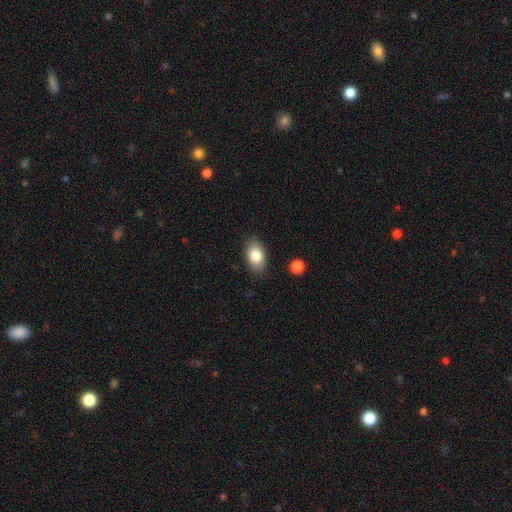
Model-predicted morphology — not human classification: The model was most divided on "smooth or featured": smooth: 83%, featured or disk: 10%, star or artifact: 7%. More confident: how rounded — in between (90%); merging — none (86%).